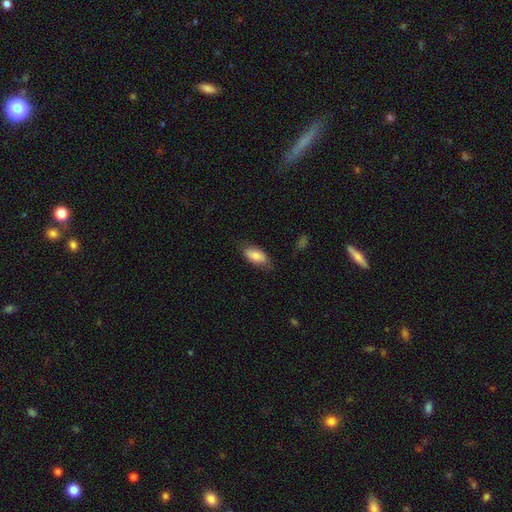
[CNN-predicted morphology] The model was most divided on "merging": none: 73%, minor disturbance: 21%, major disturbance: 5%, merger: 1%. More confident: how rounded — in between (89%); smooth or featured — smooth (81%).